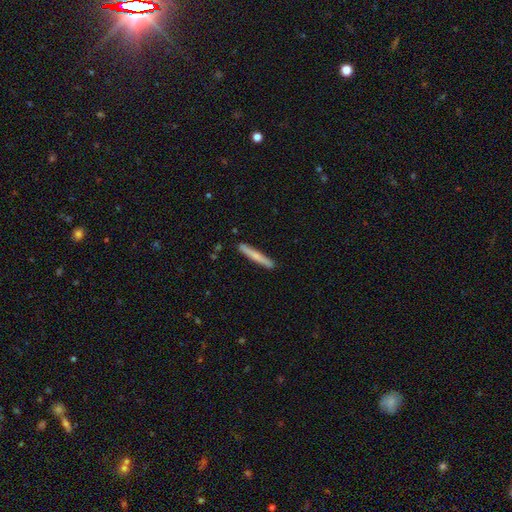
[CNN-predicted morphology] The model was most divided on "smooth or featured": smooth: 65%, featured or disk: 30%, star or artifact: 5%. More confident: how rounded — cigar-shaped (96%); merging — none (90%).